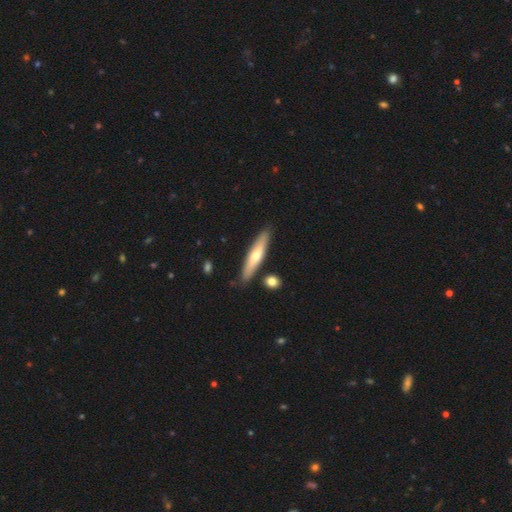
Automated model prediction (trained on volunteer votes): Smooth or featured?
  - smooth: 56% *
  - featured or disk: 39%
  - star or artifact: 5%
How rounded?
  - cigar-shaped: 84% *
  - in between: 15%
  - round: 1%
Merging?
  - none: 84% *
  - minor disturbance: 10%
  - merger: 4%
  - major disturbance: 2%